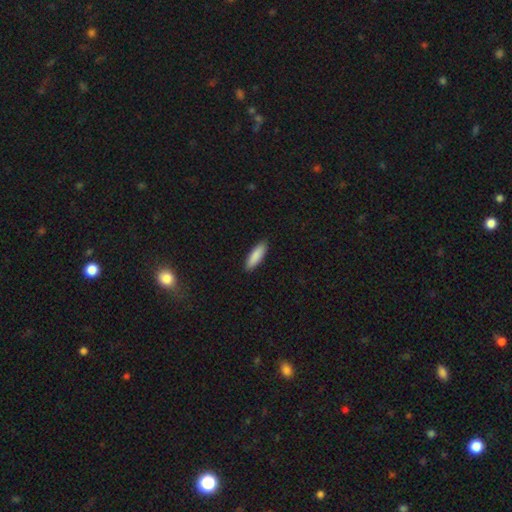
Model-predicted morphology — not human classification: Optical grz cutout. It shows a smooth galaxy with no disk features (89%) that is cigar-shaped (50%). Merging: none (90%).